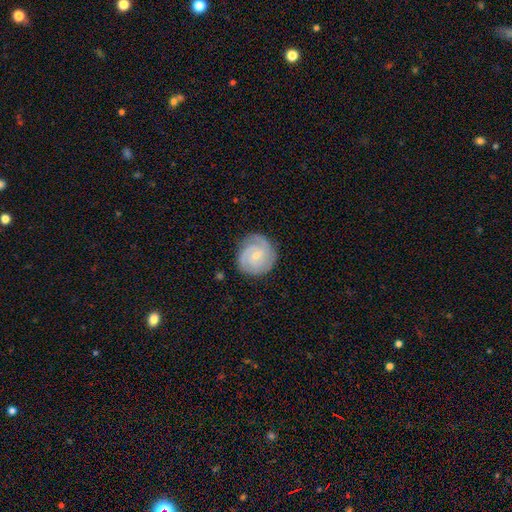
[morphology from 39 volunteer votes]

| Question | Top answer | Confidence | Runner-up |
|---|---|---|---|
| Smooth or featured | featured or disk | 85% | smooth (13%) |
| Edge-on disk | no | 100% | — |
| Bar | weak | 61% | no (36%) |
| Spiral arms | yes | 100% | — |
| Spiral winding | tight | 76% | medium (24%) |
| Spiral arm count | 2 | 36% | can't tell (30%) |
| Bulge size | small | 64% | moderate (33%) |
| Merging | none | 89% | minor disturbance (8%) |